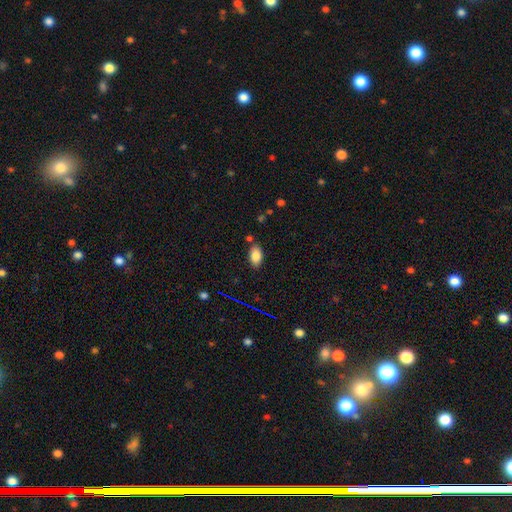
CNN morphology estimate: A smooth galaxy with no disk features (84%) that is in between round and cigar-shaped (92%).

Vote fractions:
- Smooth or featured? smooth: 84% / star or artifact: 9% / featured or disk: 7%
- How rounded? in between: 92% / round: 5% / cigar-shaped: 3%
- Merging? none: 77% / minor disturbance: 14% / merger: 5% / major disturbance: 3%